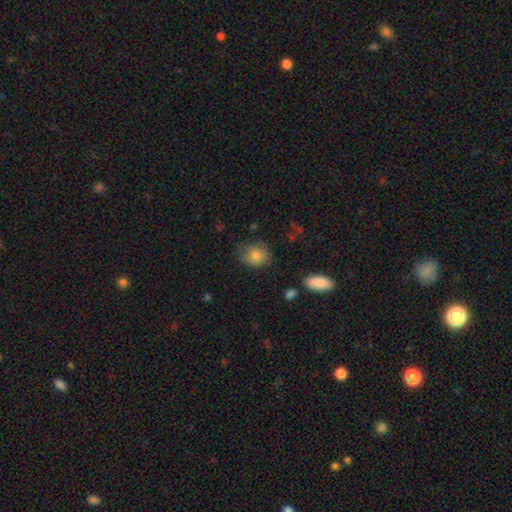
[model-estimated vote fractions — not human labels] smooth_or_featured: smooth (p=0.77) [alt: featured or disk p=0.14]
how_rounded: round (p=0.72) [alt: in between p=0.27]
merging: none (p=0.62) [alt: minor disturbance p=0.27]